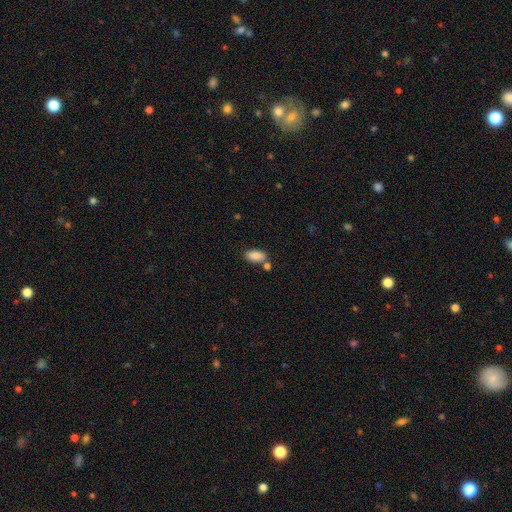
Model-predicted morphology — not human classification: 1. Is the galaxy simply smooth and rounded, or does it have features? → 88% smooth, 7% star or artifact, 5% featured or disk.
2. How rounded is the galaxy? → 93% in between, 4% cigar-shaped, 3% round.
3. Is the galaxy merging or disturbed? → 66% none, 17% merger, 13% minor disturbance, 4% major disturbance.